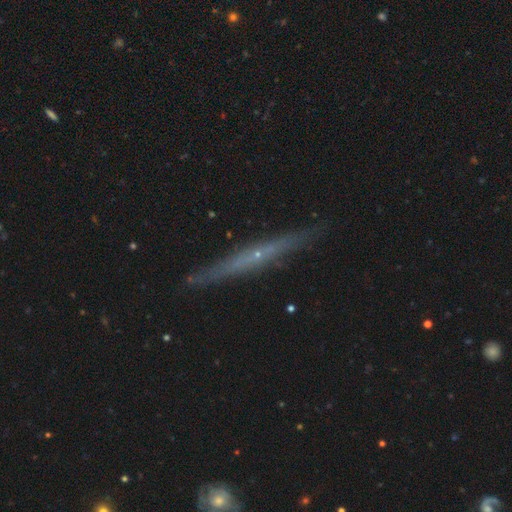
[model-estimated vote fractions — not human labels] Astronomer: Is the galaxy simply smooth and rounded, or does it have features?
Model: featured or disk — 68%.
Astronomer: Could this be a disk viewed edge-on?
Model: yes — 95%.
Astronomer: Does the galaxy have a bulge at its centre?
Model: none — 53% (runner-up: rounded, 43%).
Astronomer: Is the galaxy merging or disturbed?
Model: none — 88%.